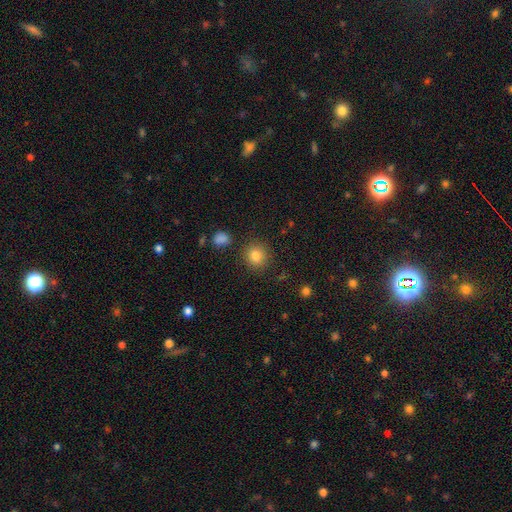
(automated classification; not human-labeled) smooth-or-featured: smooth: 83% | star or artifact: 11% | featured or disk: 6%
  how-rounded: round: 87% | in between: 12% | cigar-shaped: 1%
  merging: none: 87% | minor disturbance: 7% | major disturbance: 3% | merger: 2%